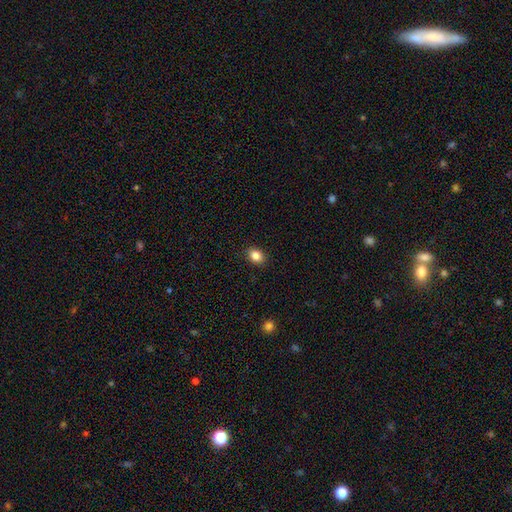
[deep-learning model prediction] Smooth or featured? Predicted: smooth (p=0.85). How rounded? Predicted: in between (p=0.66). Merging? Predicted: none (p=0.90).